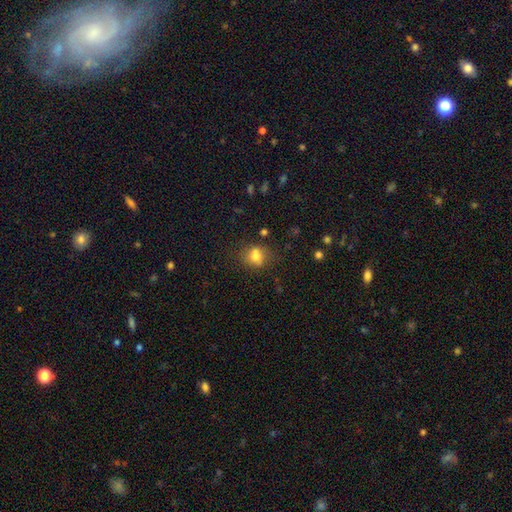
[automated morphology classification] This is likely a smooth galaxy (71%). How rounded: possibly in between (49%, tied with round). Merging: likely none (60%).